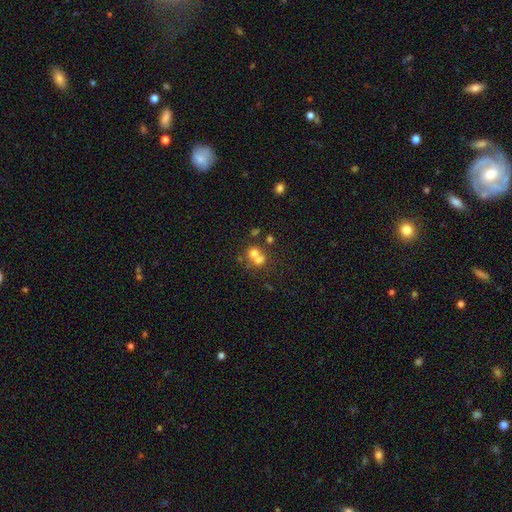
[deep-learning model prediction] Smooth or featured?
  - smooth: 62% *
  - featured or disk: 23%
  - star or artifact: 15%
How rounded?
  - round: 77% *
  - in between: 22%
  - cigar-shaped: 1%
Merging?
  - merger: 59% *
  - none: 32%
  - minor disturbance: 6%
  - major disturbance: 4%